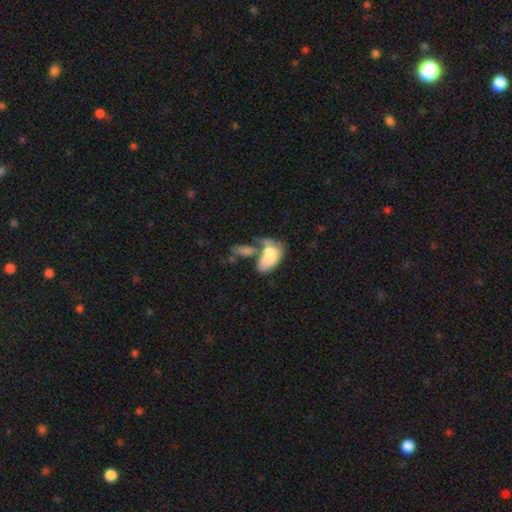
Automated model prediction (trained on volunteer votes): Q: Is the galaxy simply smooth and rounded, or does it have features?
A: smooth — 40%.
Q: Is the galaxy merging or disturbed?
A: none — 46%.